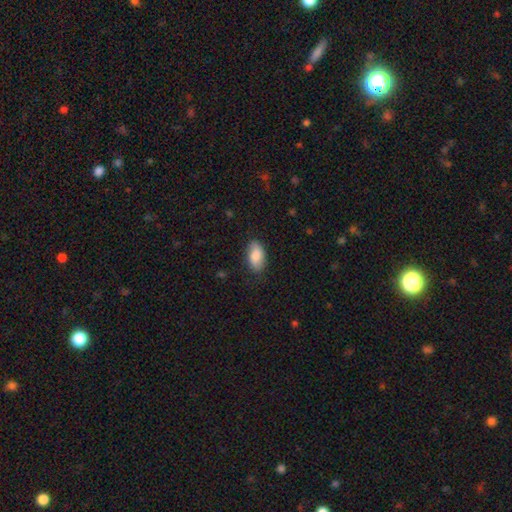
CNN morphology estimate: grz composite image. It shows a smooth galaxy with no disk features (84%) that is in between round and cigar-shaped (94%). Merging: none (82%).